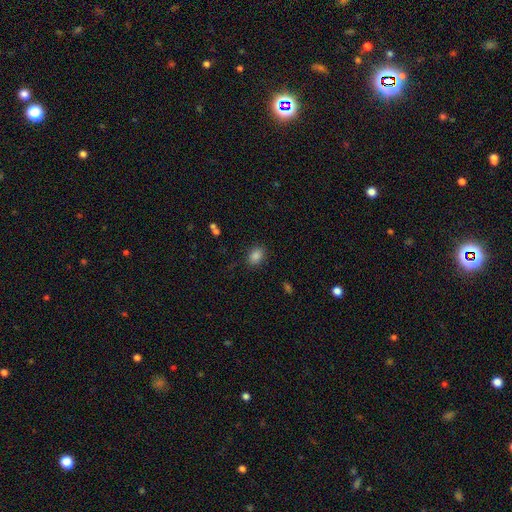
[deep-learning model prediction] Smooth or featured? Predicted: smooth (p=0.85). How rounded? Predicted: in between (p=0.74). Merging? Predicted: none (p=0.84).